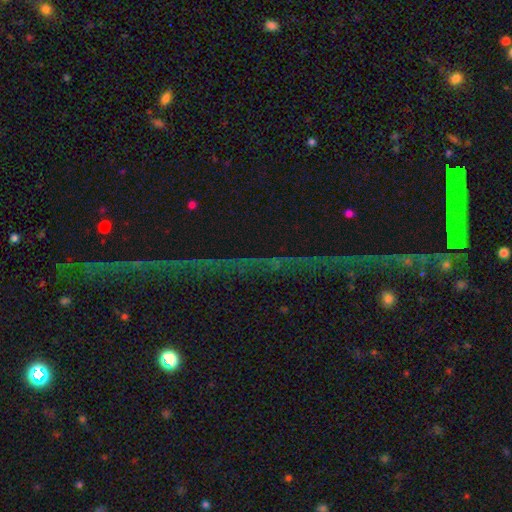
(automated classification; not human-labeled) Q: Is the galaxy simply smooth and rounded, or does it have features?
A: star or artifact — 73%.